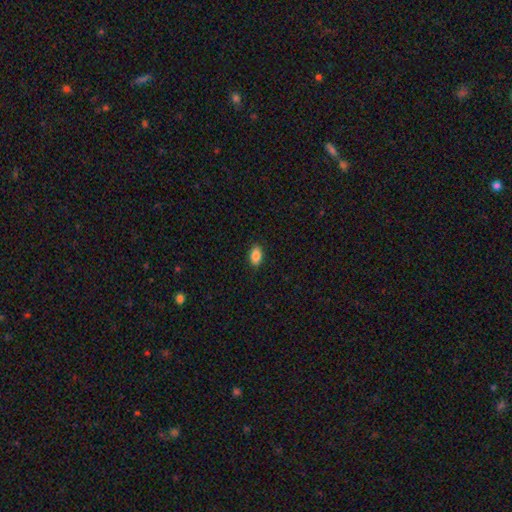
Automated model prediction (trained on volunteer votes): Smooth or featured? Predicted: smooth (p=0.87). How rounded? Predicted: in between (p=0.90). Merging? Predicted: none (p=0.89).